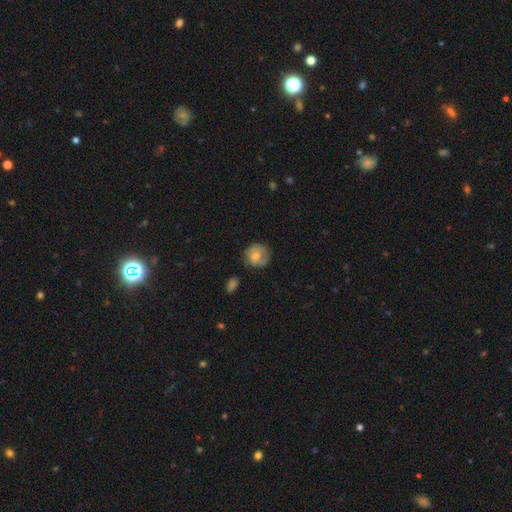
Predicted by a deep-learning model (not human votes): smooth-or-featured: smooth: 65% | featured or disk: 28% | star or artifact: 7%
  how-rounded: round: 84% | in between: 15% | cigar-shaped: 1%
  merging: none: 63% | minor disturbance: 26% | major disturbance: 8% | merger: 3%